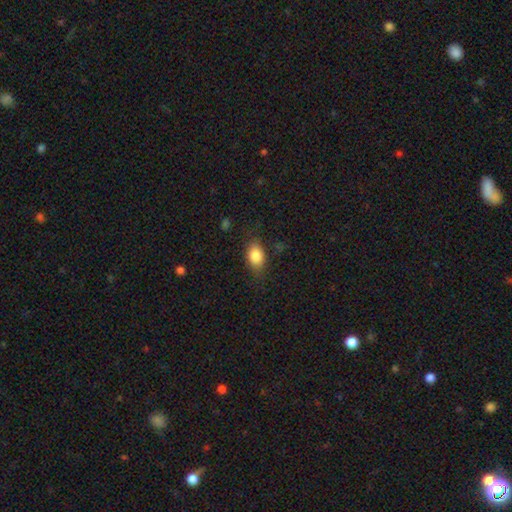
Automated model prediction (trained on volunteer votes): Smooth or featured? Predicted: smooth (p=0.83). How rounded? Predicted: in between (p=0.82). Merging? Predicted: none (p=0.77).